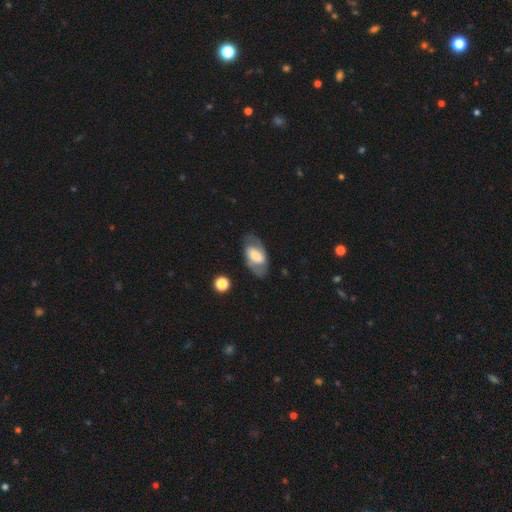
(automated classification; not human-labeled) Smooth or featured? featured or disk (53%)
Edge-on disk? no (91%)
Merging? none (76%)